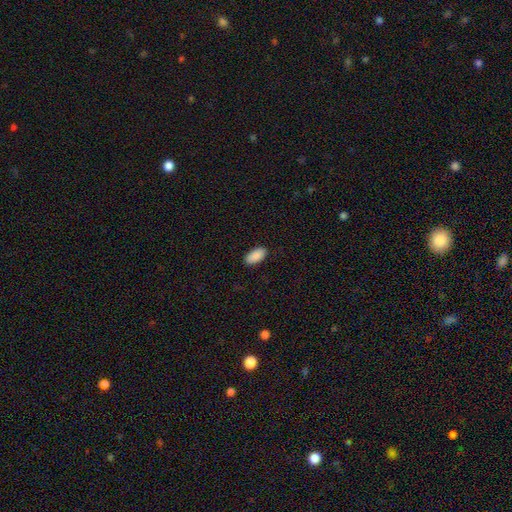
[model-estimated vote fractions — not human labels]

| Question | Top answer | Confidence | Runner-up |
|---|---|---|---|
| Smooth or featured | smooth | 90% | star or artifact (6%) |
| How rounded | in between | 93% | cigar-shaped (5%) |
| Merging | none | 89% | minor disturbance (8%) |